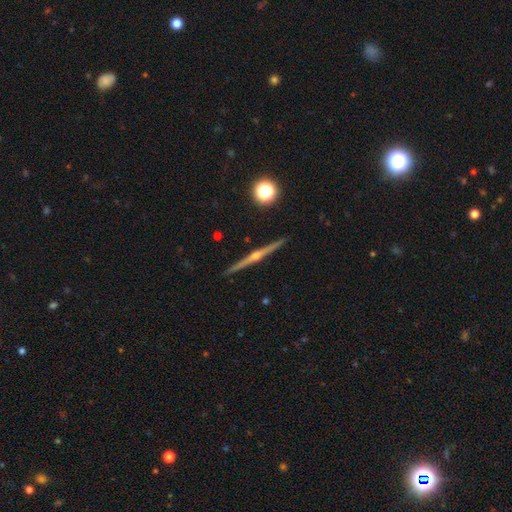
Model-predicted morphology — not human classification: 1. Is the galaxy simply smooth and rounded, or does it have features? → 83% featured or disk, 10% smooth, 7% star or artifact.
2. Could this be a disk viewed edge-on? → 99% yes, 1% no.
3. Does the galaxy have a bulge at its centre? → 87% rounded, 9% none, 4% boxy.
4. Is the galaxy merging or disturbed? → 93% none, 5% minor disturbance, 1% merger, 1% major disturbance.